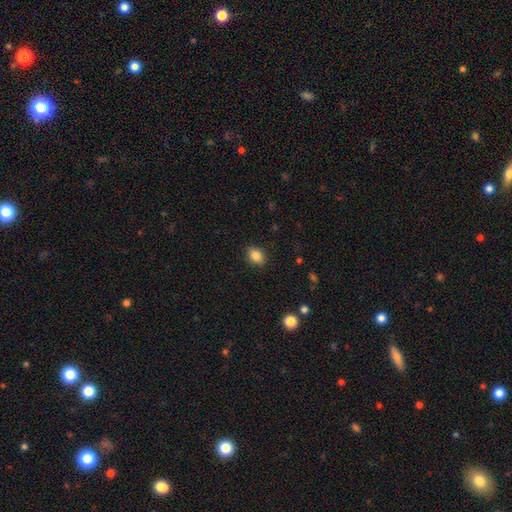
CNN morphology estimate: A smooth galaxy with no disk features (85%) that is in between round and cigar-shaped (55%).

Vote fractions:
- Smooth or featured? smooth: 85% / star or artifact: 10% / featured or disk: 5%
- How rounded? in between: 55% / round: 44% / cigar-shaped: 1%
- Merging? none: 87% / minor disturbance: 10% / major disturbance: 2% / merger: 1%